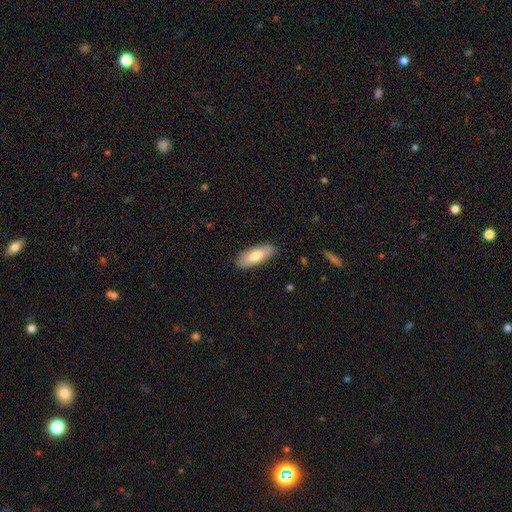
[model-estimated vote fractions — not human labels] Smooth or featured? Predicted: smooth (p=0.75). How rounded? Predicted: in between (p=0.75). Merging? Predicted: none (p=0.87).